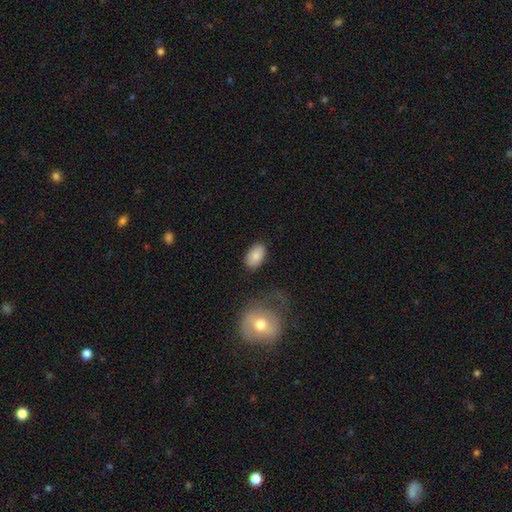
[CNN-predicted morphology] smooth_or_featured: smooth (p=0.83) [alt: featured or disk p=0.10]
how_rounded: in between (p=0.93) [alt: round p=0.06]
merging: none (p=0.81) [alt: minor disturbance p=0.12]